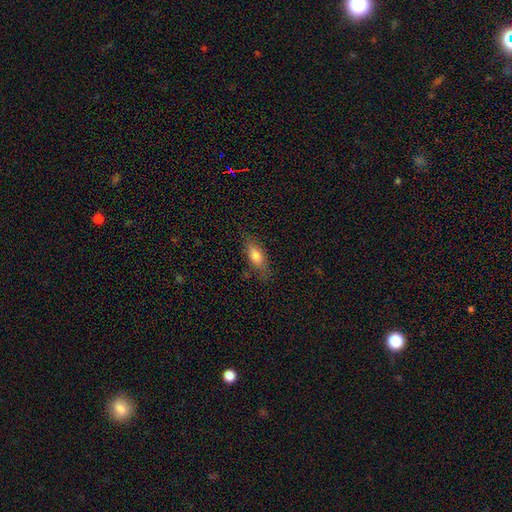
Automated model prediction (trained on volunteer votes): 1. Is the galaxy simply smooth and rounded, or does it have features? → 77% smooth, 15% featured or disk, 8% star or artifact.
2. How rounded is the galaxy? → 73% in between, 23% cigar-shaped, 3% round.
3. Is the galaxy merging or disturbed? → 75% none, 18% minor disturbance, 5% major disturbance, 2% merger.